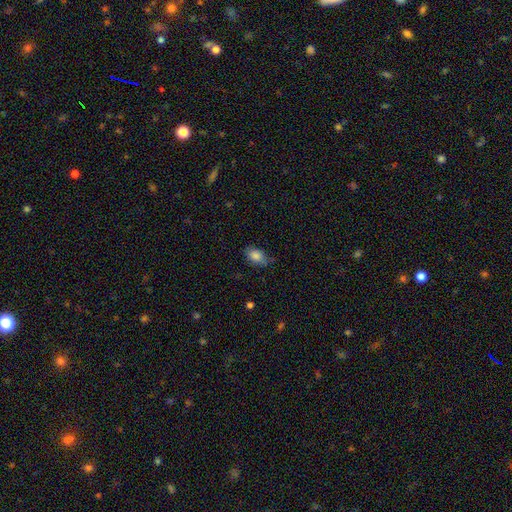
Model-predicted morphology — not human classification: Smooth or featured? smooth (85%)
How rounded? in between (85%)
Merging? none (67%)